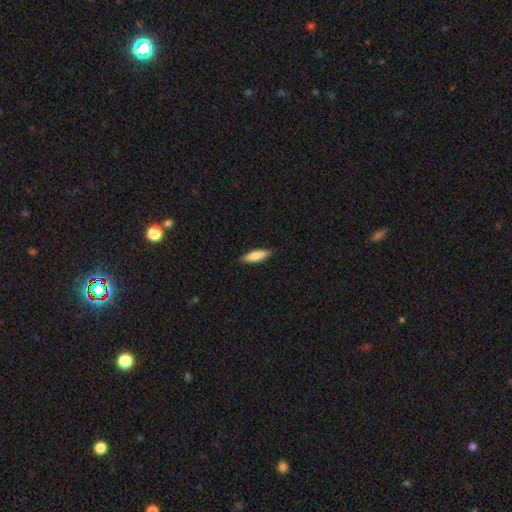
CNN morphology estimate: Smooth or featured: smooth — 79% (featured or disk — 15%)
How rounded: cigar-shaped — 61% (in between — 37%)
Merging: none — 87% (minor disturbance — 10%)